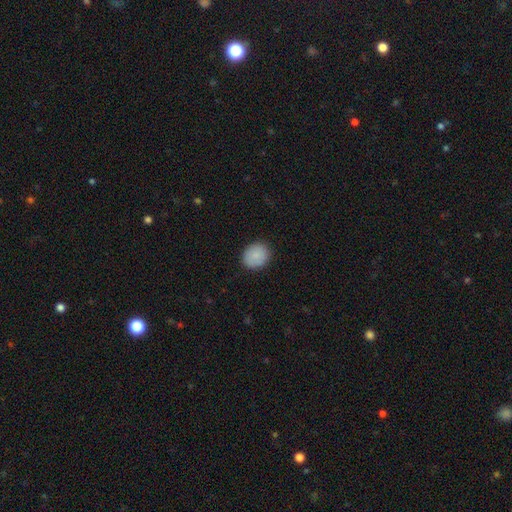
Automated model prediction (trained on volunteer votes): Smooth or featured: smooth — 88% (star or artifact — 8%)
How rounded: round — 65% (in between — 34%)
Merging: none — 87% (minor disturbance — 10%)